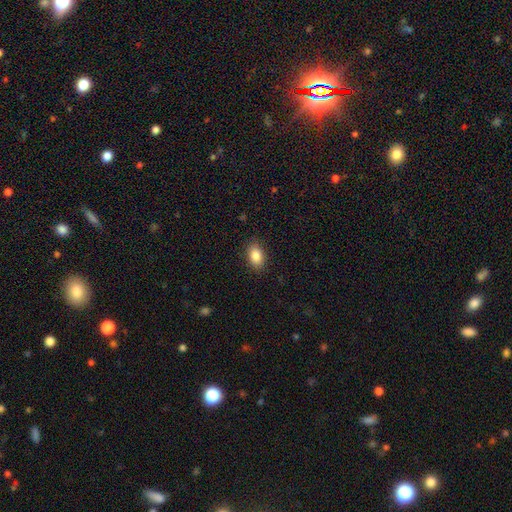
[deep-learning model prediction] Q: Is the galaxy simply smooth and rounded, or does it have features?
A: smooth — 86%.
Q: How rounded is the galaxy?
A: in between — 87%.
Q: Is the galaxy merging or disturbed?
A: none — 87%.